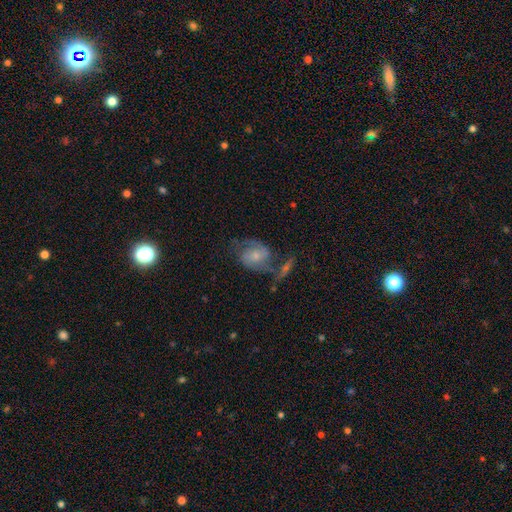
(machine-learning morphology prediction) Overall: featured or disk (70%). Edge-on disk: no (97%). Bar: no (64%; weak 29%). Spiral arms: yes (89%). Spiral arm count: 2 (86%). Spiral winding: medium (45%; loose 37%). Bulge size: small (58%; moderate 30%). Merging: none (43%; minor disturbance 20%).